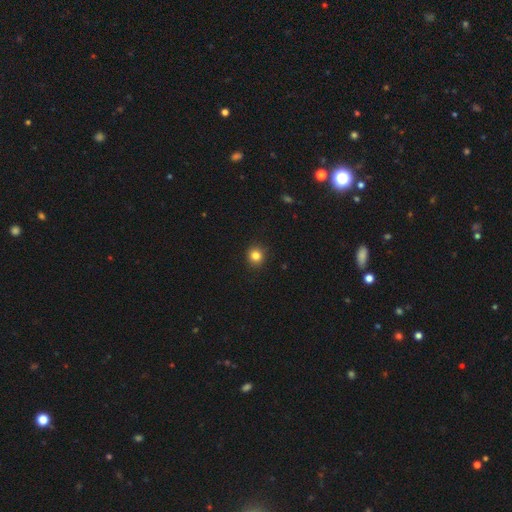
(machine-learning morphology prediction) The model was most divided on "smooth or featured": smooth: 83%, star or artifact: 12%, featured or disk: 5%. More confident: merging — none (91%); how rounded — round (89%).